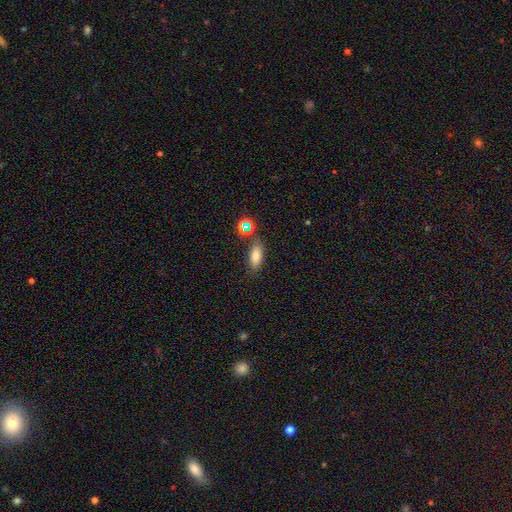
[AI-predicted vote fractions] smooth-or-featured: smooth: 75% | star or artifact: 14% | featured or disk: 11%
  how-rounded: in between: 74% | cigar-shaped: 20% | round: 6%
  merging: none: 75% | minor disturbance: 13% | merger: 8% | major disturbance: 4%